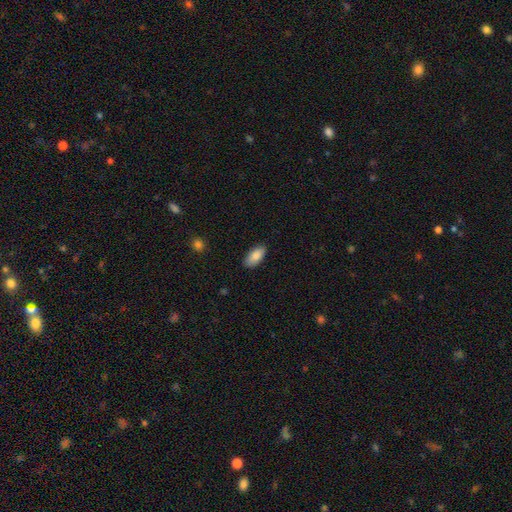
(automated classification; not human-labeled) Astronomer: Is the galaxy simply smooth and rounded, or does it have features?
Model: smooth — 88%.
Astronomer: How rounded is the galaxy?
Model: in between — 91%.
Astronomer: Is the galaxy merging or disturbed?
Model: none — 86%.